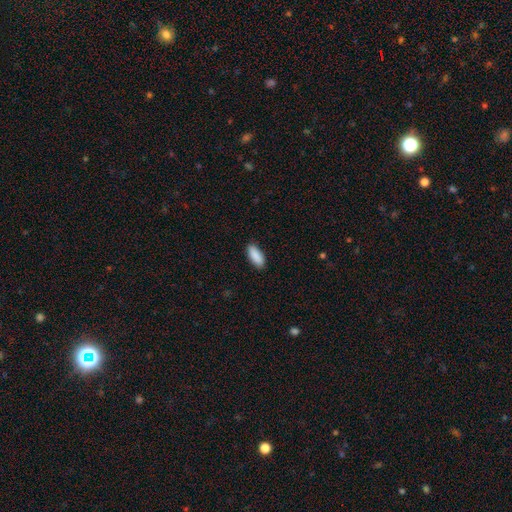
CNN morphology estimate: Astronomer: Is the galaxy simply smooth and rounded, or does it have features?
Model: smooth — 91%.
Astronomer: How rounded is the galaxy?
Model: in between — 82%.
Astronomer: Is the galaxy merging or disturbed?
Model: none — 89%.